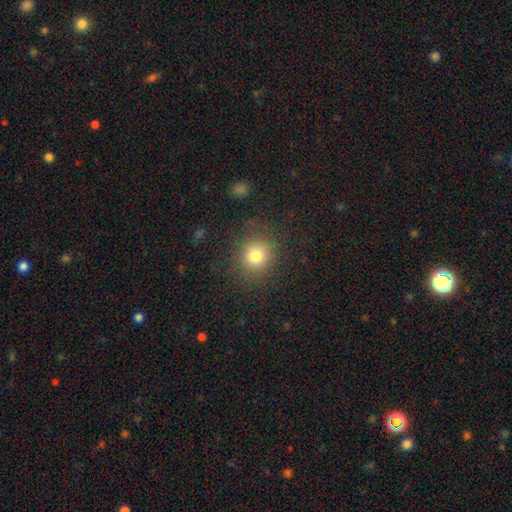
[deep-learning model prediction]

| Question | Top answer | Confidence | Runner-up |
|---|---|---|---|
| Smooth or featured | smooth | 79% | star or artifact (13%) |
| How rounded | round | 83% | in between (16%) |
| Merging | none | 83% | minor disturbance (10%) |